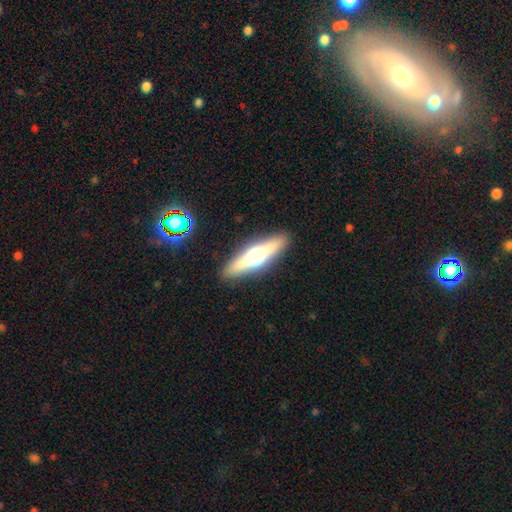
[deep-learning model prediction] Smooth or featured?
  - featured or disk: 59% *
  - smooth: 33%
  - star or artifact: 8%
Edge-on disk?
  - yes: 92% *
  - no: 8%
Edge-on bulge?
  - rounded: 93% *
  - boxy: 4%
  - none: 2%
Merging?
  - none: 89% *
  - minor disturbance: 8%
  - major disturbance: 2%
  - merger: 1%